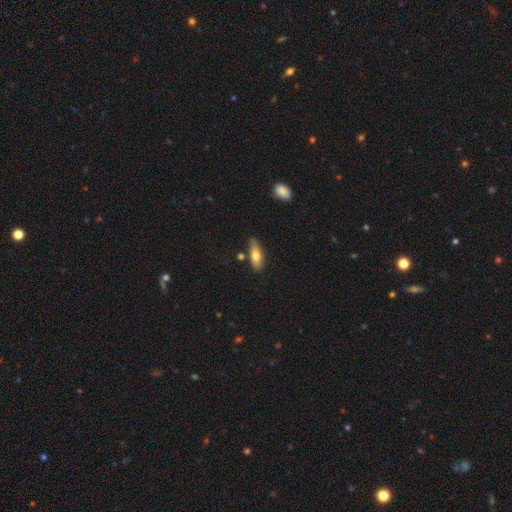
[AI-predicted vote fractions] Smooth or featured? Predicted: smooth (p=0.66). How rounded? Predicted: in between (p=0.51). Merging? Predicted: none (p=0.72).